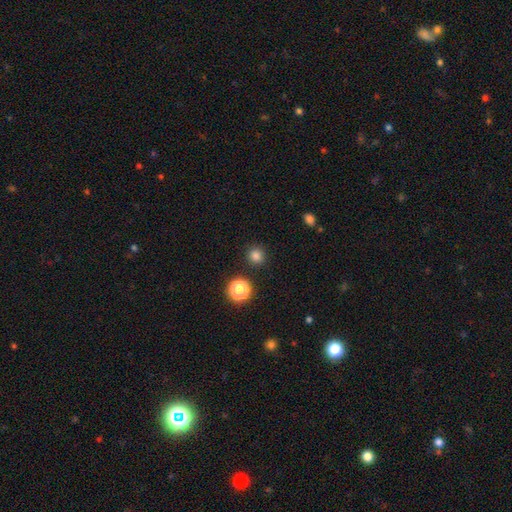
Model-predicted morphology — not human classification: type=smooth (81%); roundness=round (93%); merging=none (90%).